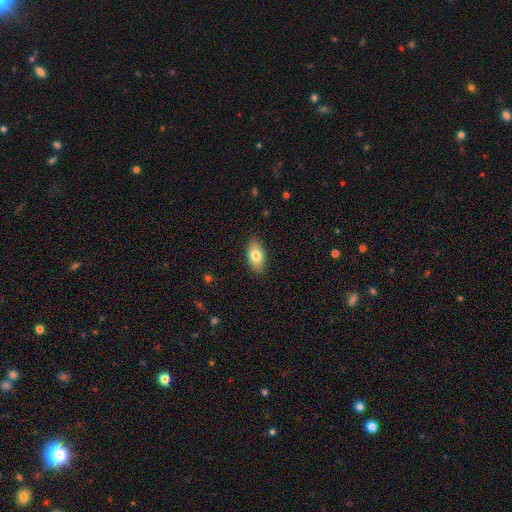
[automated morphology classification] smooth_or_featured: smooth (p=0.79) [alt: featured or disk p=0.14]
how_rounded: in between (p=0.91) [alt: cigar-shaped p=0.05]
merging: none (p=0.87) [alt: minor disturbance p=0.10]